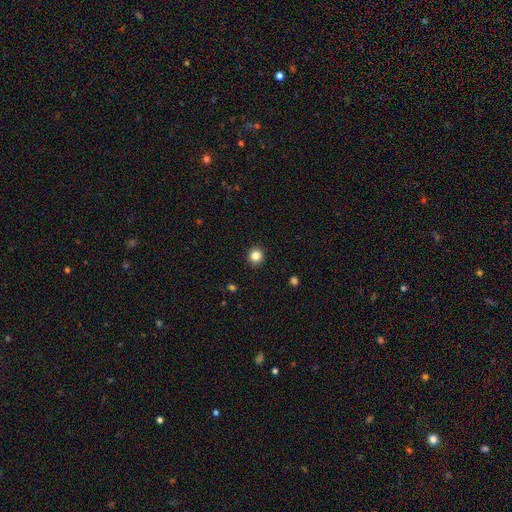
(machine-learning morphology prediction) Smooth or featured? Predicted: smooth (p=0.84). How rounded? Predicted: round (p=0.91). Merging? Predicted: none (p=0.93).